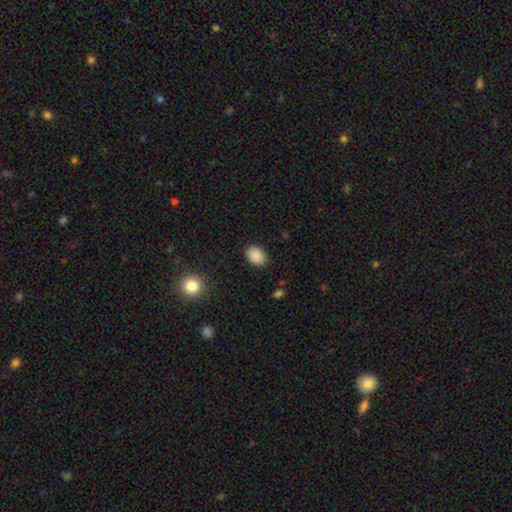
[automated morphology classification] Smooth or featured?
  - smooth: 89% *
  - star or artifact: 8%
  - featured or disk: 3%
How rounded?
  - in between: 68% *
  - round: 31%
  - cigar-shaped: 1%
Merging?
  - none: 87% *
  - minor disturbance: 9%
  - major disturbance: 3%
  - merger: 1%